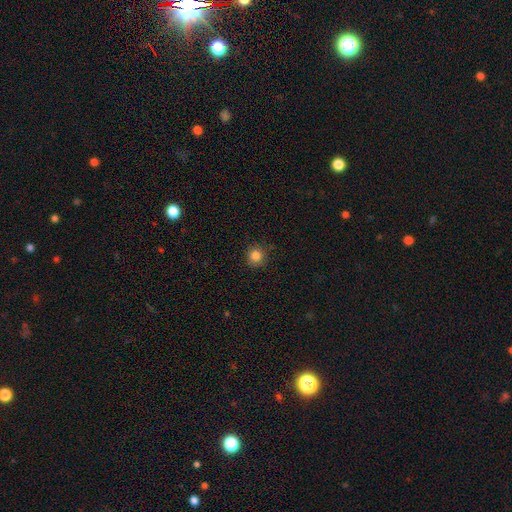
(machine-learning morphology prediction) A smooth galaxy with no disk features (83%) that is round (93%). Merging: none (88%).